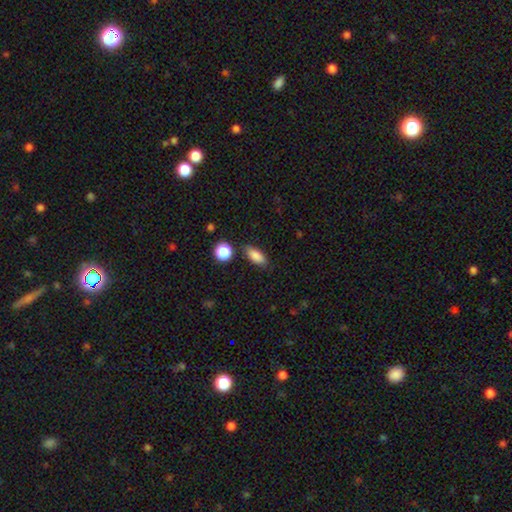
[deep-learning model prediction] smooth-or-featured: smooth: 85% | star or artifact: 9% | featured or disk: 6%
  how-rounded: in between: 81% | cigar-shaped: 12% | round: 6%
  merging: none: 80% | minor disturbance: 13% | merger: 4% | major disturbance: 3%